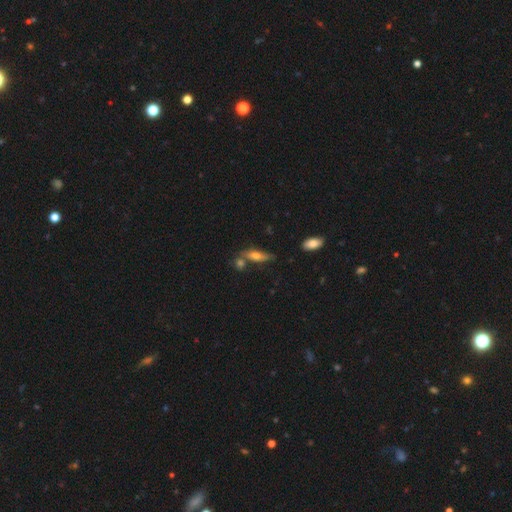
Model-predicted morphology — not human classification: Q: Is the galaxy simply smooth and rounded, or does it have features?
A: smooth — 54%.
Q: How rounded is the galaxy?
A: cigar-shaped — 54%.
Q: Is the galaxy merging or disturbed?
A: none — 60%.